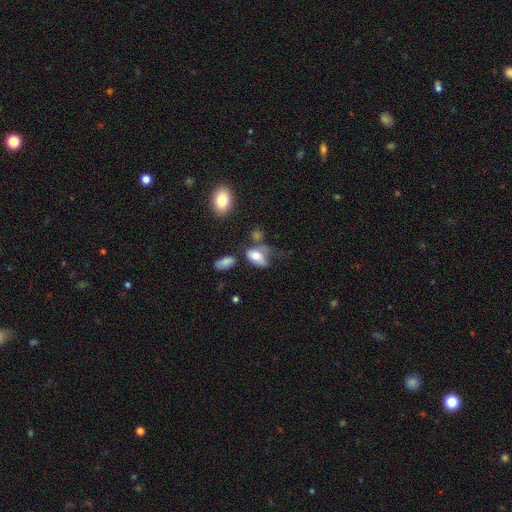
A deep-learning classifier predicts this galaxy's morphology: Smooth or featured?
  - smooth: 73% *
  - featured or disk: 19%
  - star or artifact: 9%
How rounded?
  - in between: 87% *
  - round: 11%
  - cigar-shaped: 2%
Merging?
  - major disturbance: 39% *
  - minor disturbance: 27%
  - none: 23%
  - merger: 12%